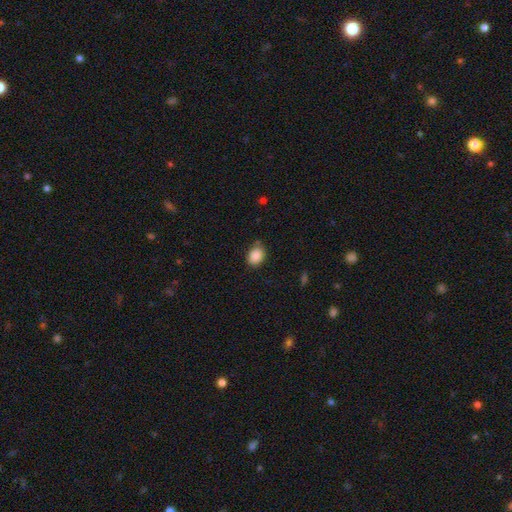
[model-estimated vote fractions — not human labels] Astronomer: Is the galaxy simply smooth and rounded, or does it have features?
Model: smooth — 88%.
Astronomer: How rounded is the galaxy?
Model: in between — 55% (runner-up: round, 44%).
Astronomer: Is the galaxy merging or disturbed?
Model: none — 80%.